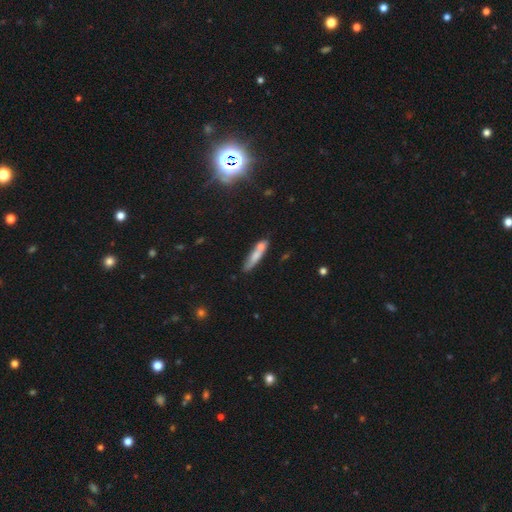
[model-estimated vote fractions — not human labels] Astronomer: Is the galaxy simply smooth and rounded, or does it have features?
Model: smooth — 68%.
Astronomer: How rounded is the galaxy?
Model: cigar-shaped — 81%.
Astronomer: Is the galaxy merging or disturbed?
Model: none — 57%.